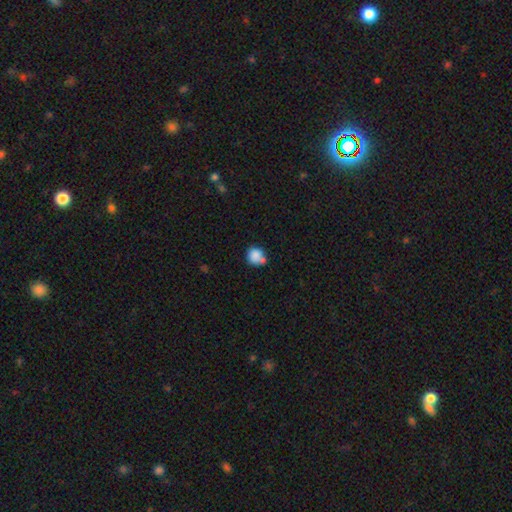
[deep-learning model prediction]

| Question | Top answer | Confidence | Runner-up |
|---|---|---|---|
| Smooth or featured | smooth | 83% | star or artifact (9%) |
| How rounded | round | 82% | in between (17%) |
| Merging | none | 51% | merger (25%) |